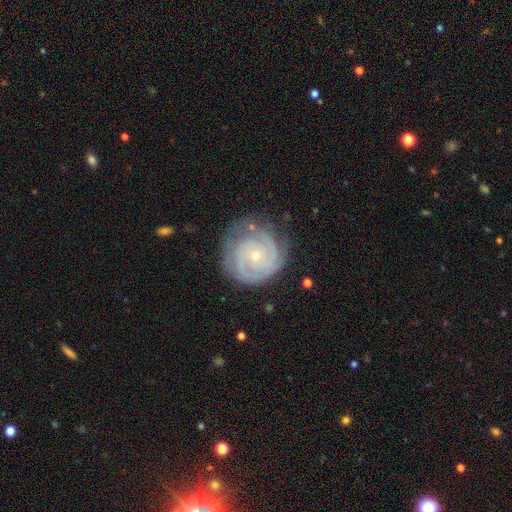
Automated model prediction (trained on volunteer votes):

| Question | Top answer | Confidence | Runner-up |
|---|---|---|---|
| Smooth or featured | featured or disk | 86% | smooth (8%) |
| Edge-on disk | no | 98% | yes (2%) |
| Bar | no | 78% | weak (18%) |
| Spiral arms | yes | 97% | no (3%) |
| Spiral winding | tight | 79% | medium (18%) |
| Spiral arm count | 2 | 43% | 3 (22%) |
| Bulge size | small | 76% | moderate (21%) |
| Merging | none | 75% | minor disturbance (18%) |